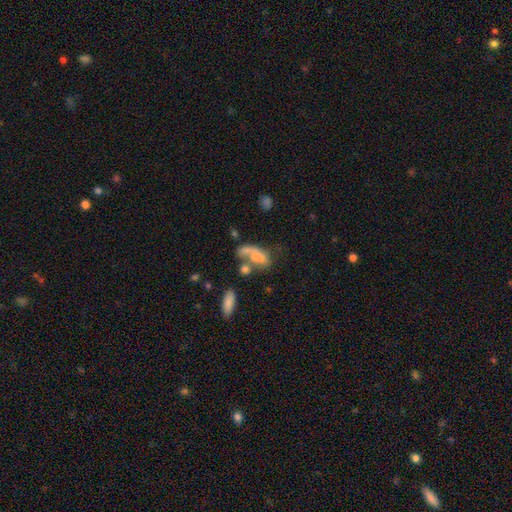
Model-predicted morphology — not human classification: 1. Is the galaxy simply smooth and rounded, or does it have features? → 52% smooth, 38% featured or disk, 11% star or artifact.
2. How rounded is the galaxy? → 81% in between, 11% round, 8% cigar-shaped.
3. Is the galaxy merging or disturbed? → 40% merger, 26% major disturbance, 20% none, 14% minor disturbance.